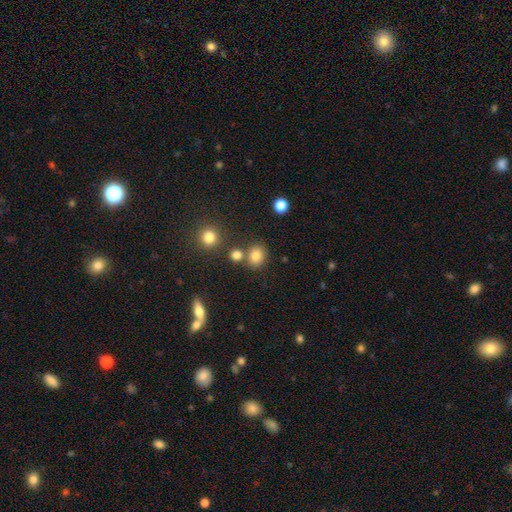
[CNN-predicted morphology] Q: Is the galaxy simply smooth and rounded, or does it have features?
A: smooth — 80%.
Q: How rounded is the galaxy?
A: round — 74%.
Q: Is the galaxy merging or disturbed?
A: none — 73%.